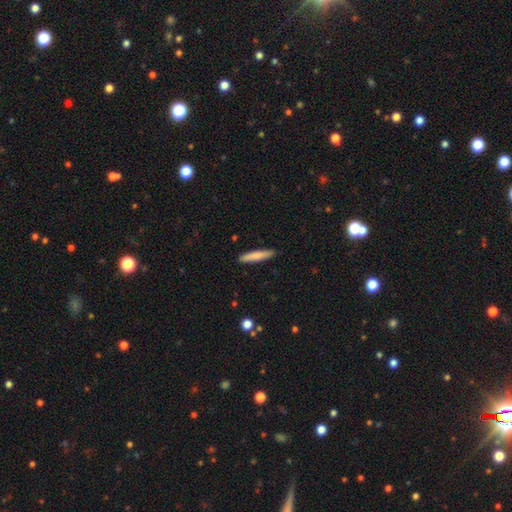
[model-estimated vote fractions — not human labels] Smooth or featured?
  - smooth: 79% *
  - featured or disk: 15%
  - star or artifact: 6%
How rounded?
  - cigar-shaped: 90% *
  - in between: 8%
  - round: 1%
Merging?
  - none: 90% *
  - minor disturbance: 8%
  - major disturbance: 2%
  - merger: 1%